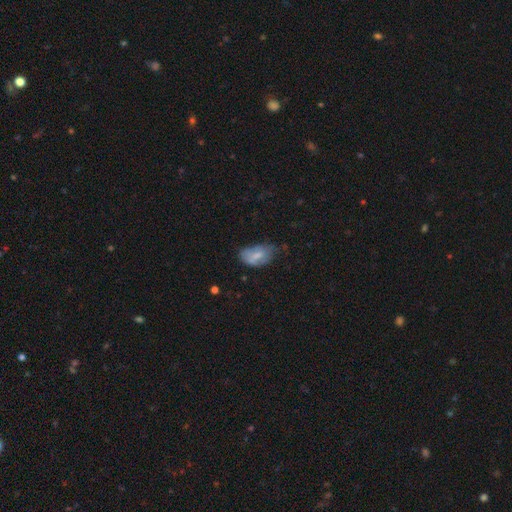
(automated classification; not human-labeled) smooth 63%, featured or disk 29%, star or artifact 8%. Down the decision tree: how rounded — in between (92%); merging — minor disturbance (41%).